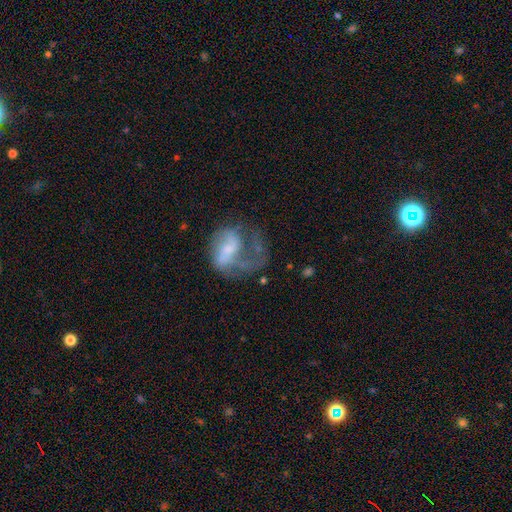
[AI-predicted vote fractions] smooth-or-featured: featured or disk: 67% | smooth: 21% | star or artifact: 12%
  disk-edge-on: no: 97% | yes: 3%
    bar: weak: 41% (tied) | no: 41% (tied) | strong: 18%
    has-spiral-arms: yes: 75% | no: 25%
    bulge-size: small: 46% | moderate: 27% | none: 19% | large: 5% | dominant: 2%
  merging: major disturbance: 44% | none: 35% | minor disturbance: 17% | merger: 4%